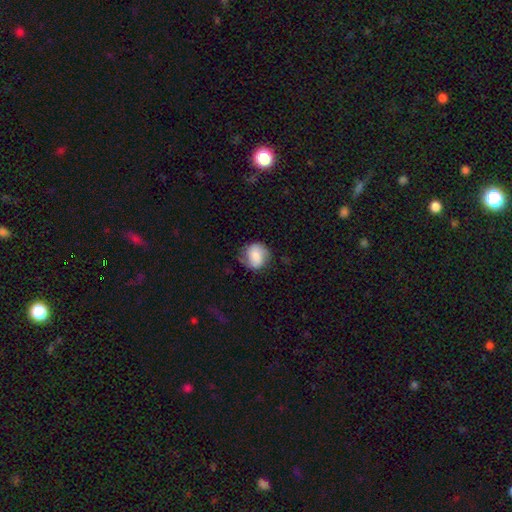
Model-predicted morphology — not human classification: This is likely a smooth galaxy (61%). How rounded: likely round (73%). Merging: likely none (65%).